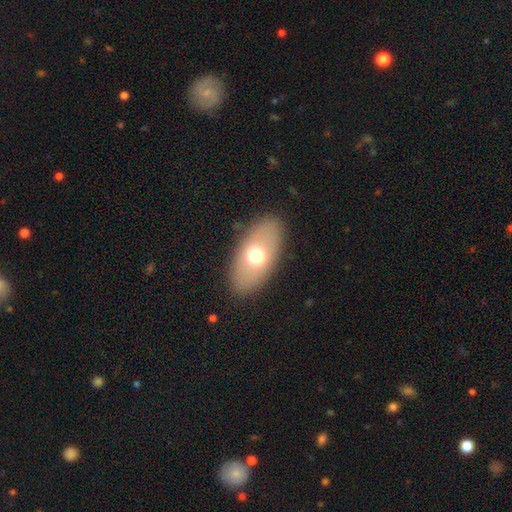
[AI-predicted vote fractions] smooth-or-featured: smooth: 63% | featured or disk: 28% | star or artifact: 9%
  how-rounded: in between: 90% | round: 6% | cigar-shaped: 4%
  merging: none: 86% | minor disturbance: 9% | major disturbance: 4% | merger: 1%